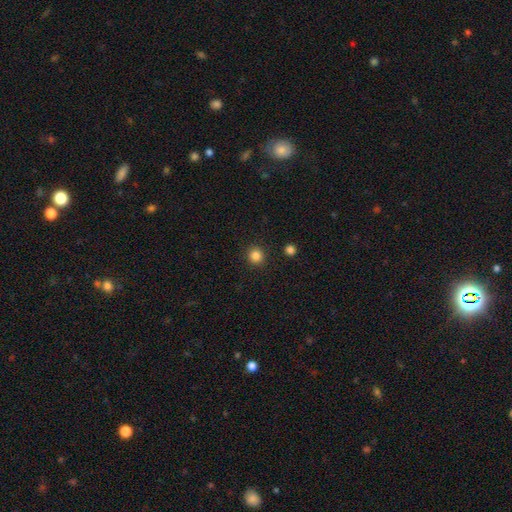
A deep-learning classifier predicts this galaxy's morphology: smooth-or-featured: smooth: 84% | star or artifact: 12% | featured or disk: 4%
  how-rounded: round: 93% | in between: 7% | cigar-shaped: 1%
  merging: none: 91% | minor disturbance: 5% | major disturbance: 2% | merger: 2%